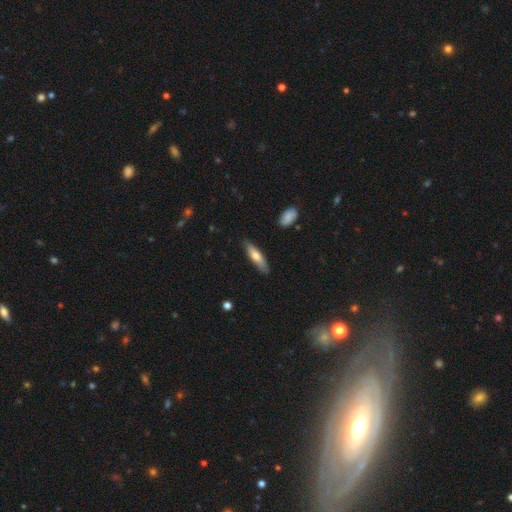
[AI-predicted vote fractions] A smooth galaxy with no disk features (64%) that is cigar-shaped (71%). Merging: none (85%).